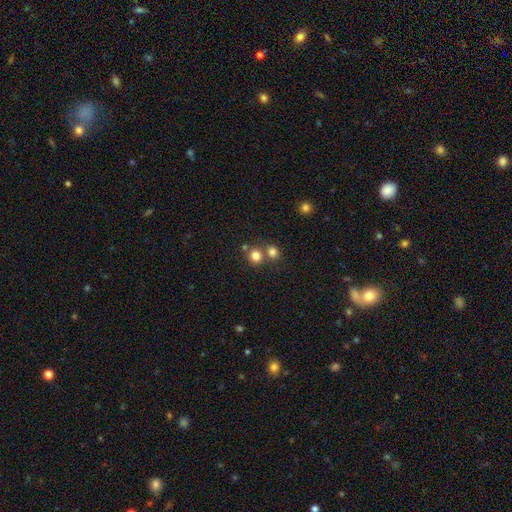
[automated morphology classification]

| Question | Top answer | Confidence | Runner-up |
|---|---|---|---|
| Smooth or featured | smooth | 79% | star or artifact (14%) |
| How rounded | round | 86% | in between (13%) |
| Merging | none | 60% | merger (31%) |